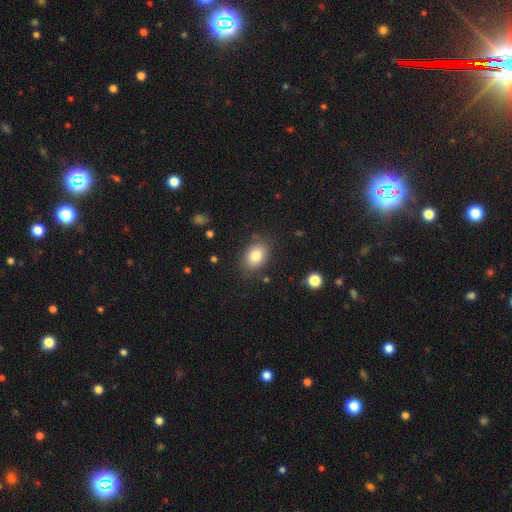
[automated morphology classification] Smooth or featured?
  - smooth: 81% *
  - featured or disk: 10%
  - star or artifact: 9%
How rounded?
  - in between: 77% *
  - round: 22%
  - cigar-shaped: 1%
Merging?
  - none: 83% *
  - minor disturbance: 12%
  - major disturbance: 3%
  - merger: 2%